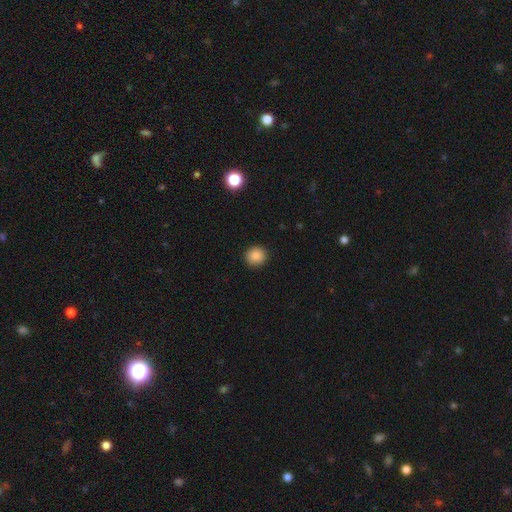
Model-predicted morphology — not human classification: This appears to be a smooth galaxy with no disk features (87%) that is round (92%). Merging: none (91%).